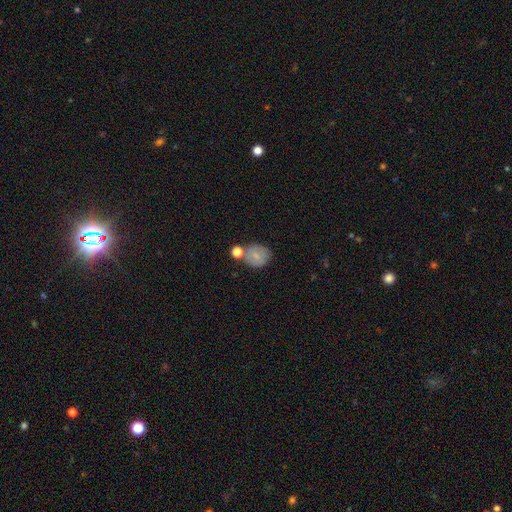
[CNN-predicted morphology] Q: Smooth or featured?
A: smooth (75%); runner-up: featured or disk (16%)
Q: How rounded?
A: round (65%); runner-up: in between (34%)
Q: Merging?
A: none (62%); runner-up: merger (19%)